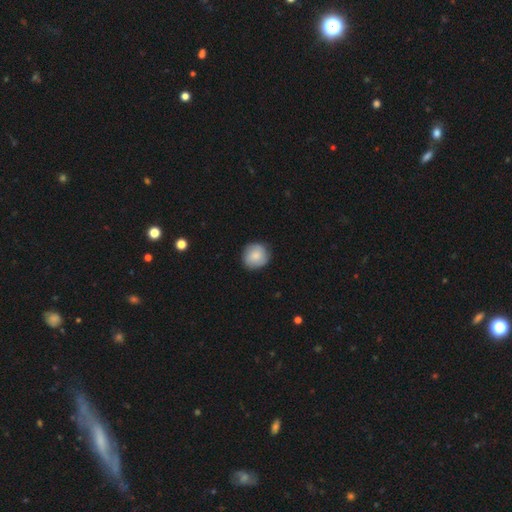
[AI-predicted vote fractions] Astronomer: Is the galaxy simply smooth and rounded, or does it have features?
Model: smooth — 82%.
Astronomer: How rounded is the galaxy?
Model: round — 91%.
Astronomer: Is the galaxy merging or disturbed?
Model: none — 86%.